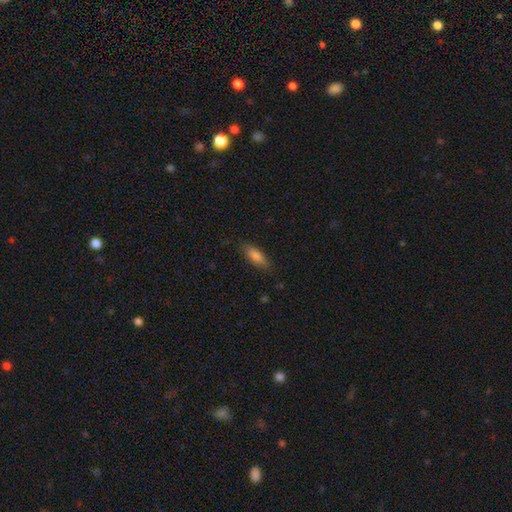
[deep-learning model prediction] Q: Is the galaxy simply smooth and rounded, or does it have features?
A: smooth — 84%.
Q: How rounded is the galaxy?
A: in between — 68%.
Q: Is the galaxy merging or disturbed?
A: none — 83%.